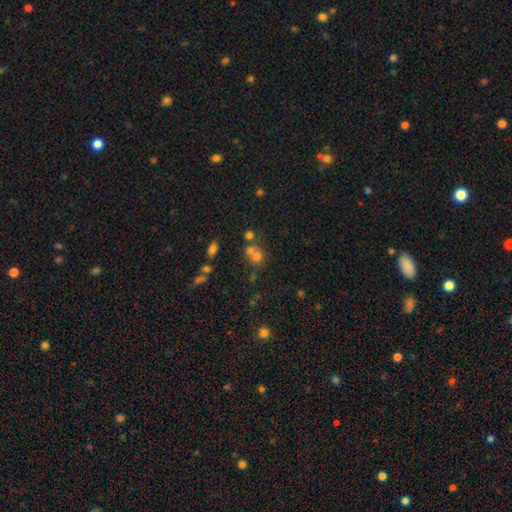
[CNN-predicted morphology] smooth_or_featured: smooth (p=0.63) [alt: star or artifact p=0.21]
how_rounded: round (p=0.78) [alt: in between p=0.21]
merging: merger (p=0.45) [alt: none p=0.42]